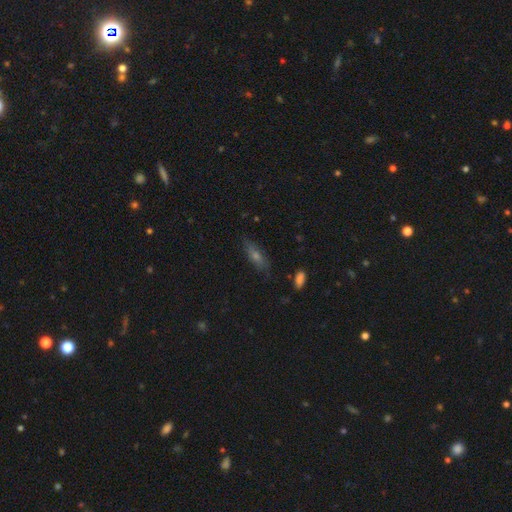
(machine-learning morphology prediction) Smooth or featured?
  - smooth: 46% *
  - featured or disk: 37%
  - star or artifact: 17%
Merging?
  - none: 81% *
  - minor disturbance: 14%
  - major disturbance: 3%
  - merger: 2%